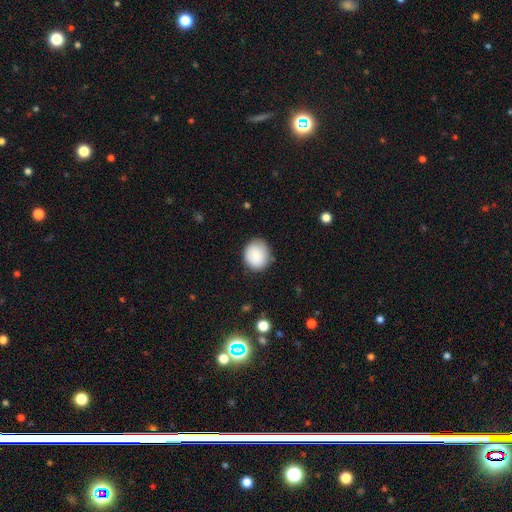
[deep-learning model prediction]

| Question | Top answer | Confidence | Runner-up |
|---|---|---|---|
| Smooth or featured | smooth | 86% | star or artifact (7%) |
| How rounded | round | 70% | in between (29%) |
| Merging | none | 79% | minor disturbance (16%) |